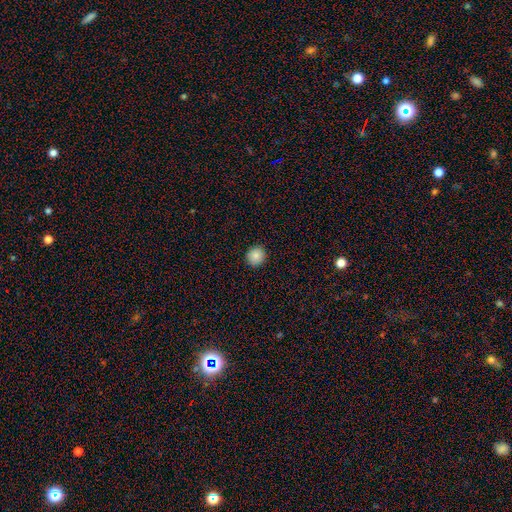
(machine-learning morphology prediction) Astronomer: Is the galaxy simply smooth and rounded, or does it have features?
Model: smooth — 86%.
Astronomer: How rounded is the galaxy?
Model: round — 93%.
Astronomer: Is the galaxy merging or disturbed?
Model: none — 92%.